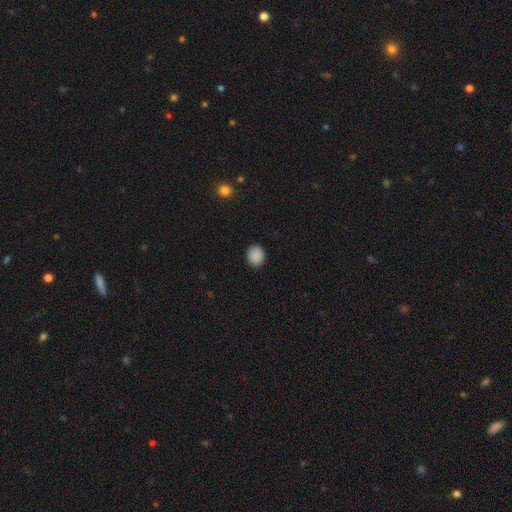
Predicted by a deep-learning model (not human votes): smooth 89%, star or artifact 9%, featured or disk 2%. Down the decision tree: how rounded — round (65%); merging — none (90%).